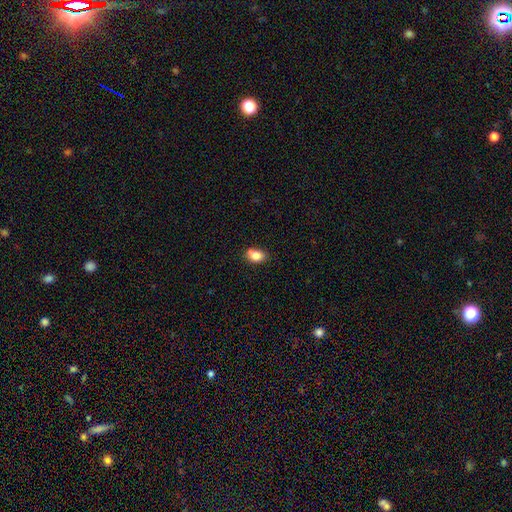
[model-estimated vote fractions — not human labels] Overall: smooth (83%). How rounded: in between (77%). Merging: none (67%).